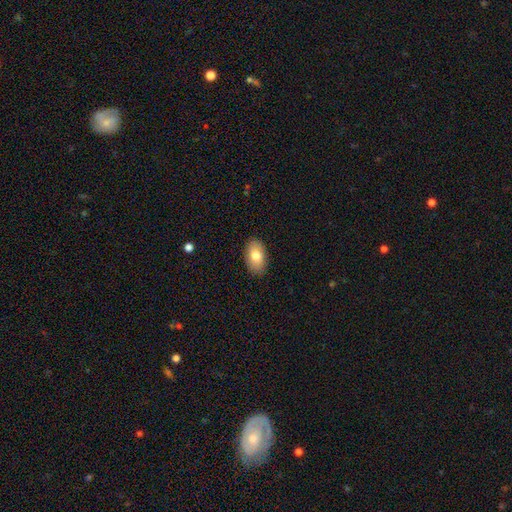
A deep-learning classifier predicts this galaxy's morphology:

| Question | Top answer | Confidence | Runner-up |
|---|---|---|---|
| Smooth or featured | smooth | 79% | featured or disk (14%) |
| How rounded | in between | 92% | round (6%) |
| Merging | none | 87% | minor disturbance (10%) |